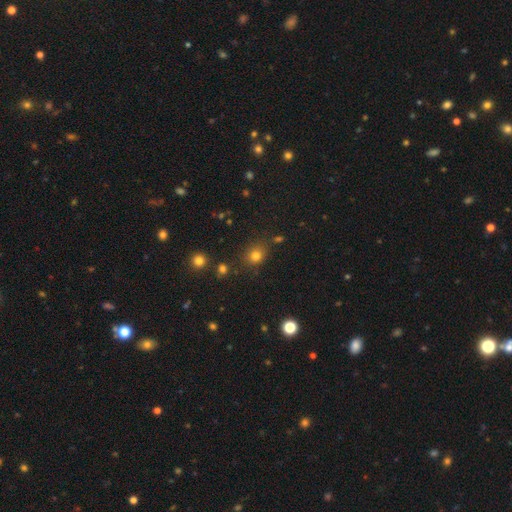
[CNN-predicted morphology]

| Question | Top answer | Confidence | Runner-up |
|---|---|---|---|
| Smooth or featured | smooth | 77% | star or artifact (16%) |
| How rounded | round | 72% | in between (27%) |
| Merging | none | 78% | minor disturbance (13%) |